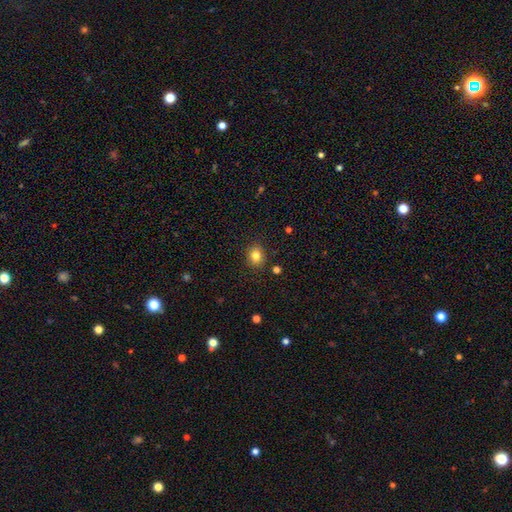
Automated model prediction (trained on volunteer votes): A smooth galaxy with no disk features (82%) that is round (66%). Merging: none (87%).